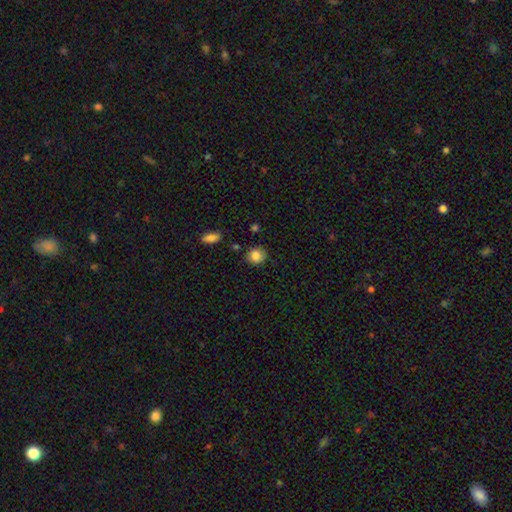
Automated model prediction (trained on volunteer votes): A smooth galaxy with no disk features (85%) that is round (77%).

Vote fractions:
- Smooth or featured? smooth: 85% / star or artifact: 9% / featured or disk: 6%
- How rounded? round: 77% / in between: 22% / cigar-shaped: 1%
- Merging? none: 77% / minor disturbance: 16% / major disturbance: 3% / merger: 3%